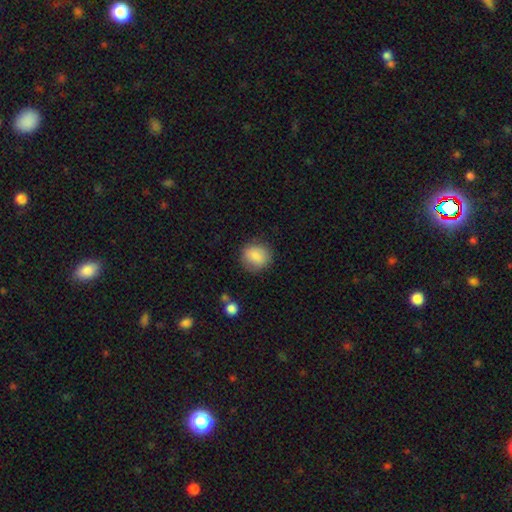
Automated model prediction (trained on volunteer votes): smooth_or_featured: smooth (p=0.86) [alt: star or artifact p=0.07]
how_rounded: round (p=0.85) [alt: in between p=0.14]
merging: none (p=0.81) [alt: minor disturbance p=0.13]